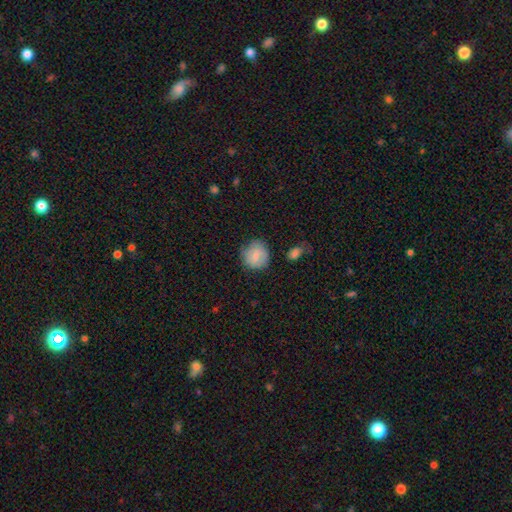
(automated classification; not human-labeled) smooth-or-featured: smooth: 73% | featured or disk: 20% | star or artifact: 7%
  how-rounded: round: 85% | in between: 14% | cigar-shaped: 1%
  merging: none: 75% | minor disturbance: 18% | major disturbance: 5% | merger: 2%